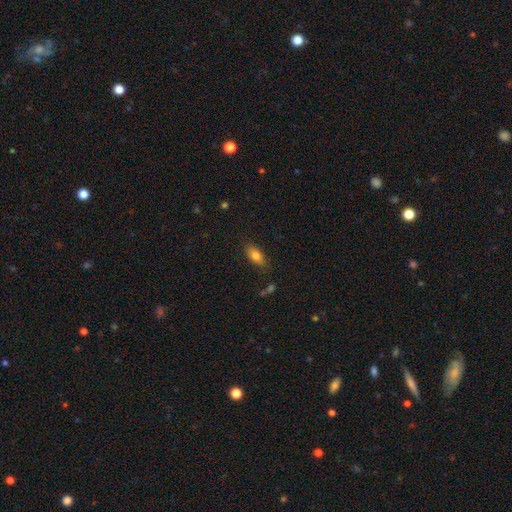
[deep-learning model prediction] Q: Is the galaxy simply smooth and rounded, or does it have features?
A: smooth — 80%.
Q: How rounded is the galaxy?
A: in between — 86%.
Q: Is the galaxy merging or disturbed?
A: none — 80%.